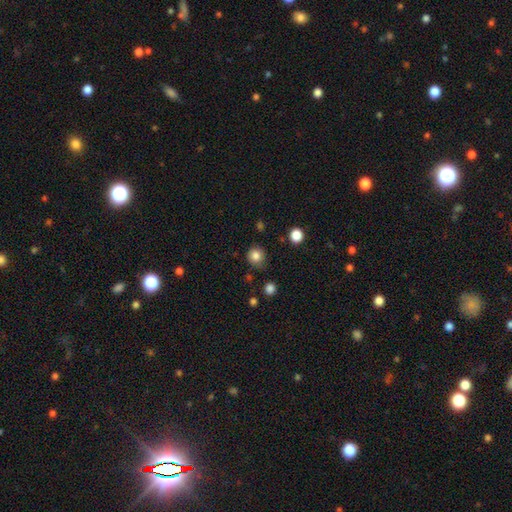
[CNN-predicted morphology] Smooth or featured? Predicted: smooth (p=0.84). How rounded? Predicted: round (p=0.89). Merging? Predicted: none (p=0.80).